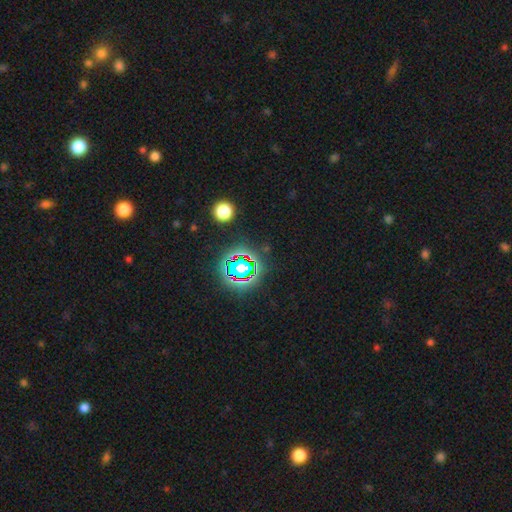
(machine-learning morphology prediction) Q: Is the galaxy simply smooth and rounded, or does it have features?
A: star or artifact — 79%.